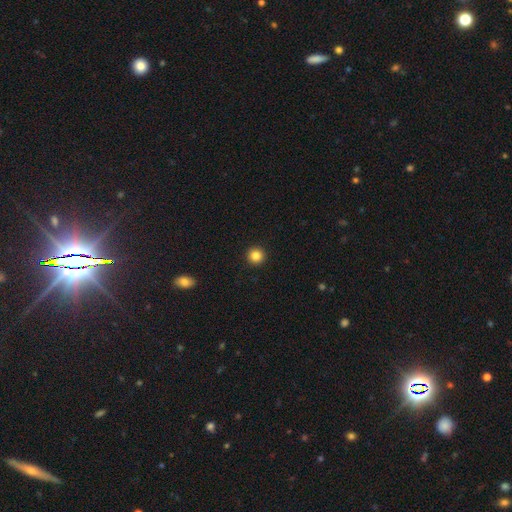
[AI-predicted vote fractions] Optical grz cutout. It shows a smooth galaxy with no disk features (85%) that is round (96%). Merging: none (94%).